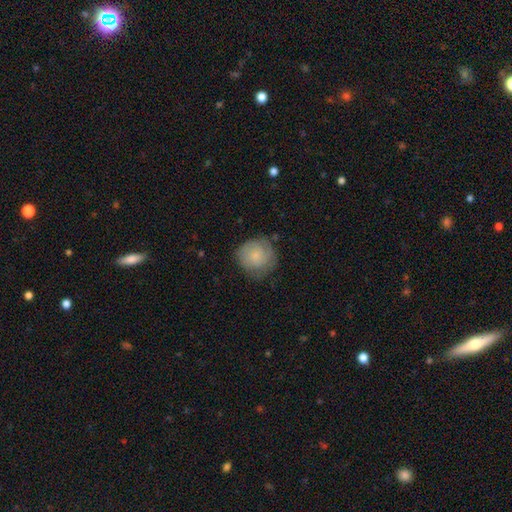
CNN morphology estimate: smooth_or_featured: smooth (p=0.69) [alt: featured or disk p=0.25]
how_rounded: round (p=0.89) [alt: in between p=0.10]
merging: none (p=0.67) [alt: minor disturbance p=0.24]